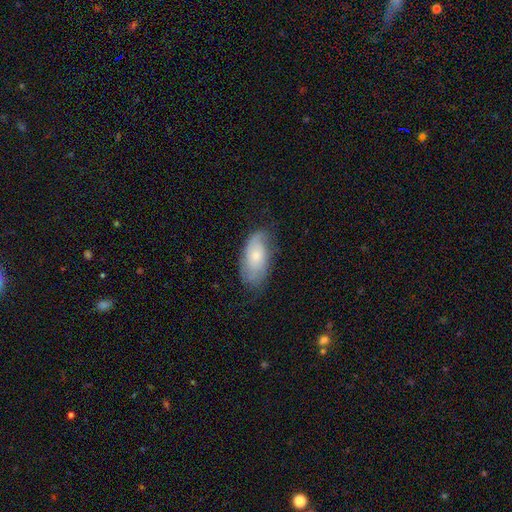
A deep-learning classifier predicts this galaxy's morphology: This is possibly a smooth galaxy (50%). Merging: likely none (64%).